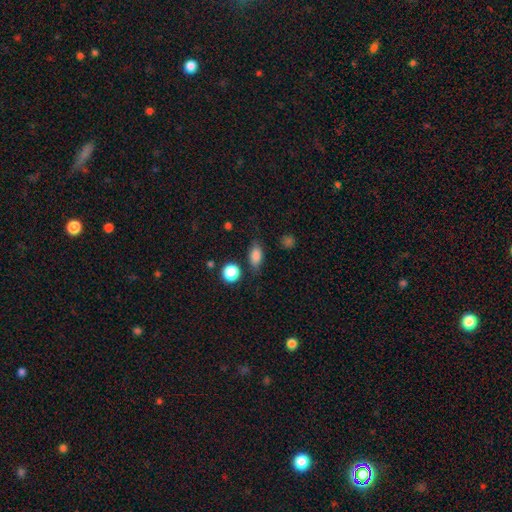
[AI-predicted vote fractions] The model was most divided on "merging": none: 77%, minor disturbance: 15%, major disturbance: 4%, merger: 3%. More confident: smooth or featured — smooth (82%); how rounded — in between (79%).